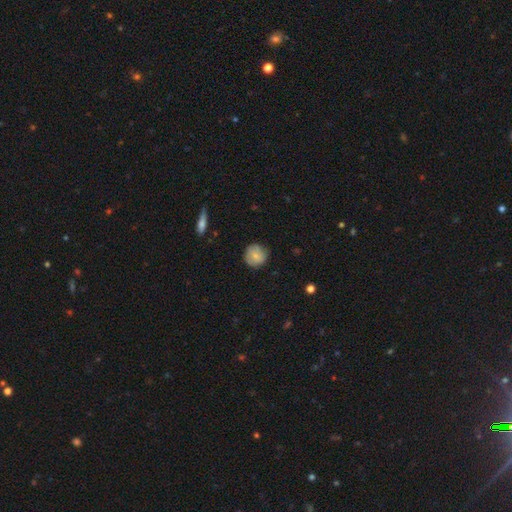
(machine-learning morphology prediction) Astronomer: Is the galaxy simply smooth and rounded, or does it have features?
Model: smooth — 76%.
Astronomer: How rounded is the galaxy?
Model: round — 90%.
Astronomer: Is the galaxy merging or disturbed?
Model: none — 78%.